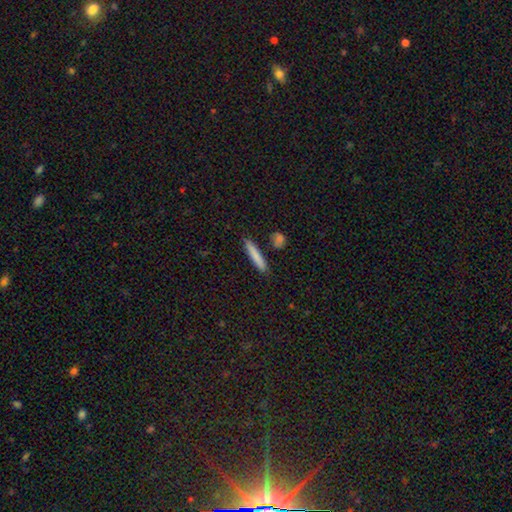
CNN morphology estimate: Smooth or featured?
  - smooth: 80% *
  - featured or disk: 13%
  - star or artifact: 7%
How rounded?
  - cigar-shaped: 92% *
  - in between: 7%
  - round: 2%
Merging?
  - none: 84% *
  - minor disturbance: 10%
  - merger: 4%
  - major disturbance: 2%